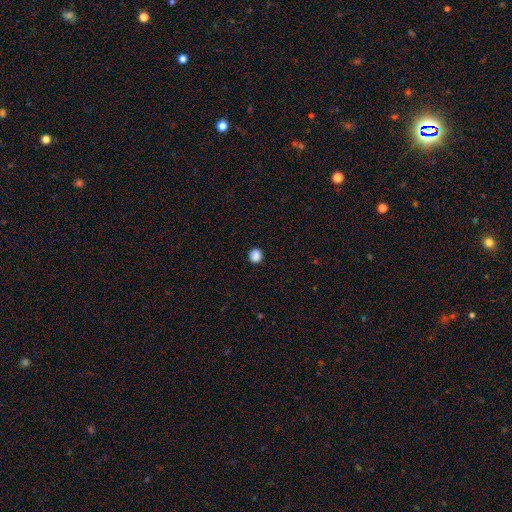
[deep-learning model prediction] Smooth or featured: smooth — 86% (star or artifact — 11%)
How rounded: round — 84% (in between — 15%)
Merging: none — 89% (minor disturbance — 8%)